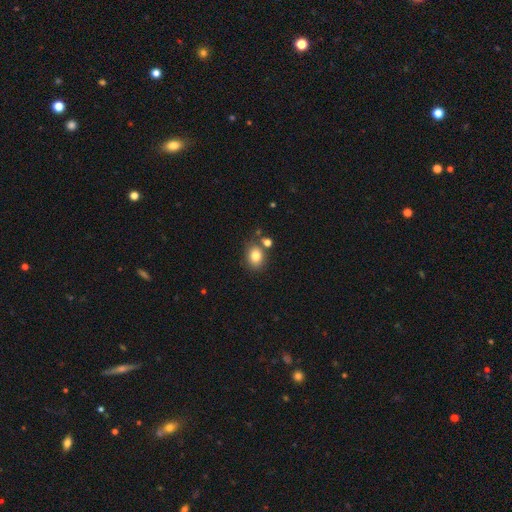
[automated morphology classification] This is clearly a smooth galaxy (80%). How rounded: possibly in between (50%). Merging: likely none (71%).